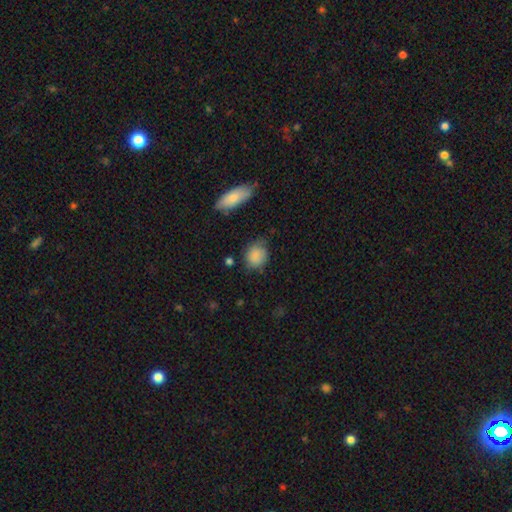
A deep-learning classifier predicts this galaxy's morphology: Overall: smooth (80%). How rounded: round (64%; in between 35%). Merging: none (59%; minor disturbance 29%).